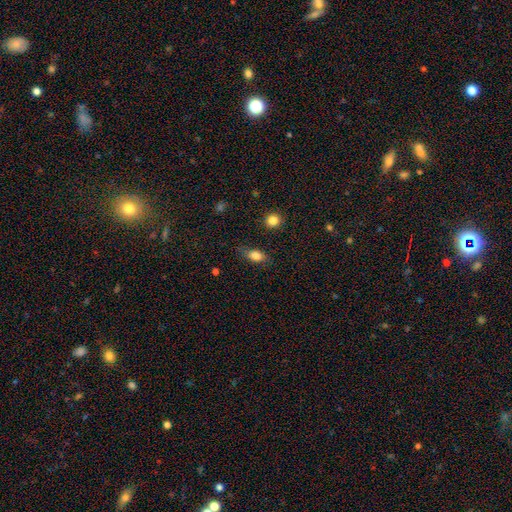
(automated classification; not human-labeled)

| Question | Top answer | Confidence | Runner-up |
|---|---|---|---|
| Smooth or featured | smooth | 82% | star or artifact (9%) |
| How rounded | in between | 80% | round (12%) |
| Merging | none | 74% | minor disturbance (19%) |